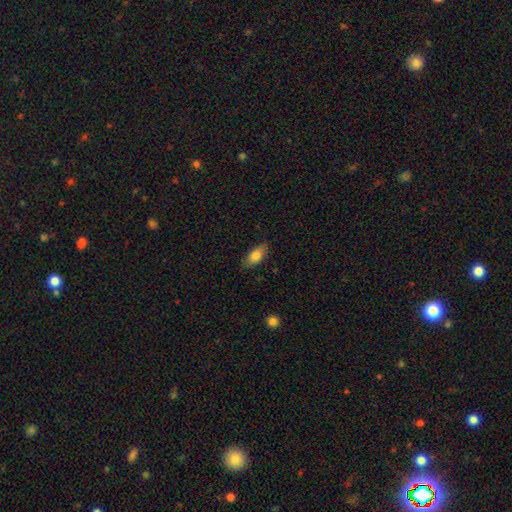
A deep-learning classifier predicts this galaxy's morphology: Smooth or featured? Predicted: smooth (p=0.81). How rounded? Predicted: in between (p=0.87). Merging? Predicted: none (p=0.79).